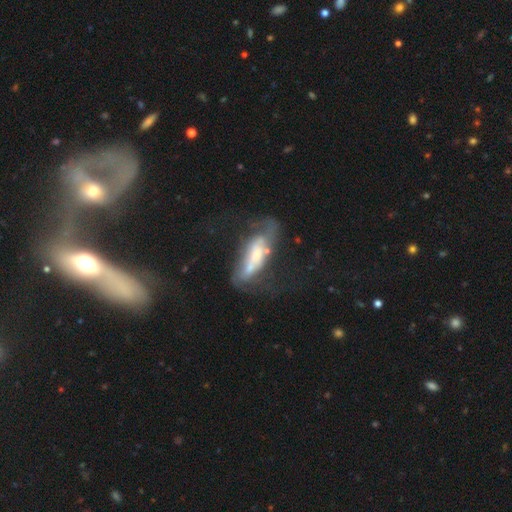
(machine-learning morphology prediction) This is possibly a featured or disk galaxy (58%). It is likely not viewed edge-on (76%). Merging: marginally major disturbance (37%).